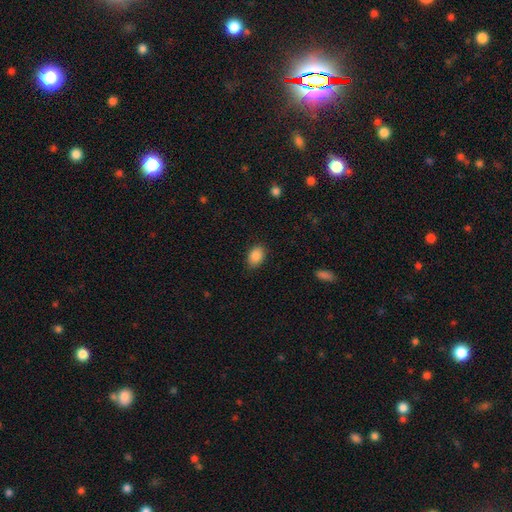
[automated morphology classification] A smooth galaxy with no disk features (88%) that is in between round and cigar-shaped (82%).

Vote fractions:
- Smooth or featured? smooth: 88% / star or artifact: 8% / featured or disk: 4%
- How rounded? in between: 82% / round: 17% / cigar-shaped: 1%
- Merging? none: 86% / minor disturbance: 10% / major disturbance: 3% / merger: 1%